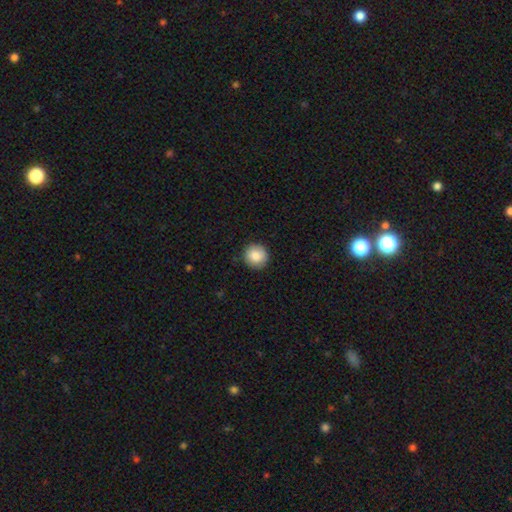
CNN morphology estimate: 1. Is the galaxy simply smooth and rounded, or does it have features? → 86% smooth, 7% star or artifact, 6% featured or disk.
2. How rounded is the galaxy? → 94% round, 5% in between, 1% cigar-shaped.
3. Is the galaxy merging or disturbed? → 89% none, 8% minor disturbance, 2% major disturbance, 1% merger.